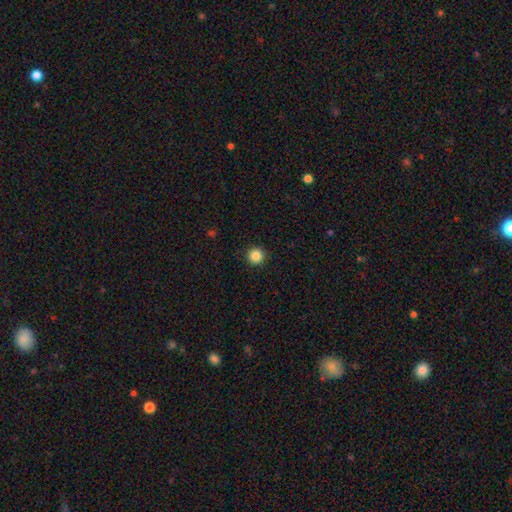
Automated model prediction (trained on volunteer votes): Q: Smooth or featured?
A: smooth (86%); runner-up: star or artifact (11%)
Q: How rounded?
A: round (96%); runner-up: in between (3%)
Q: Merging?
A: none (93%); runner-up: minor disturbance (4%)